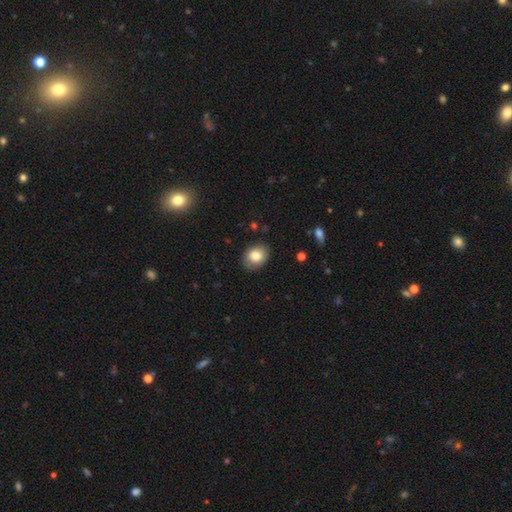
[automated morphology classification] This appears to be a smooth galaxy with no disk features (80%) that is in between round and cigar-shaped (51%). Merging: none (82%).